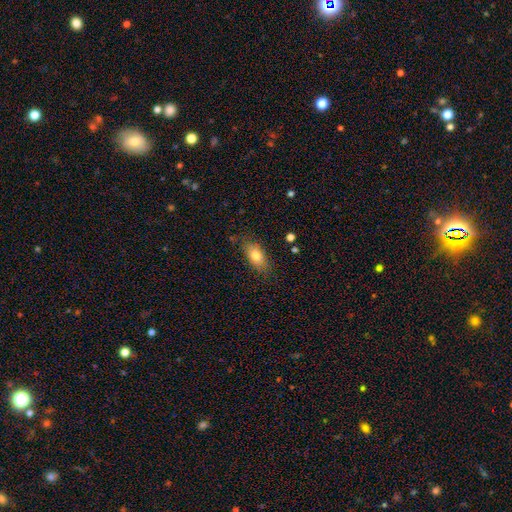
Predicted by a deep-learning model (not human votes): smooth-or-featured: smooth: 77% | featured or disk: 15% | star or artifact: 8%
  how-rounded: in between: 85% | cigar-shaped: 9% | round: 6%
  merging: none: 76% | minor disturbance: 17% | major disturbance: 4% | merger: 2%